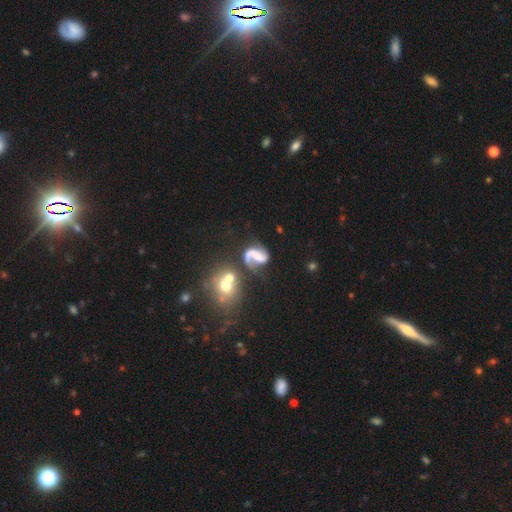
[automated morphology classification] smooth-or-featured: featured or disk: 76% | smooth: 16% | star or artifact: 8%
  disk-edge-on: no: 98% | yes: 2%
    bar: no: 40% | weak: 35% | strong: 25%
    has-spiral-arms: yes: 91% | no: 9%
      spiral-winding: loose: 49% | medium: 39% | tight: 12%
      spiral-arm-count: 2: 71% | 1: 23% | can't tell: 3% | 3: 1% | 4: 1% | more than 4: 1%
    bulge-size: none: 55% | small: 17% | moderate: 15% | large: 10% | dominant: 4%
  merging: none: 43% | major disturbance: 21% | minor disturbance: 19% | merger: 17%